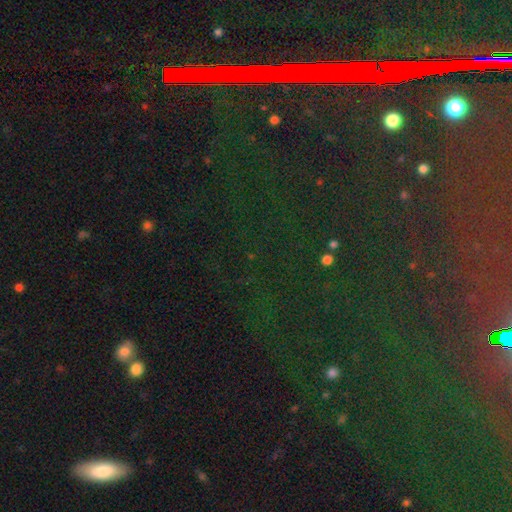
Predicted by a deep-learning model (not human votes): A star or artifact, not a galaxy (80%).